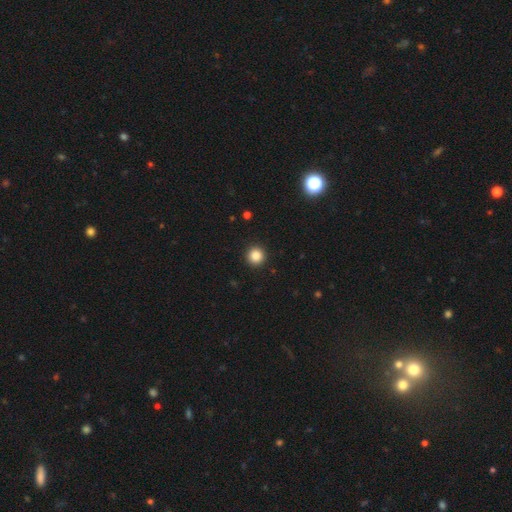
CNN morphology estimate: smooth_or_featured: smooth (p=0.86) [alt: star or artifact p=0.11]
how_rounded: round (p=0.95) [alt: in between p=0.04]
merging: none (p=0.93) [alt: minor disturbance p=0.05]